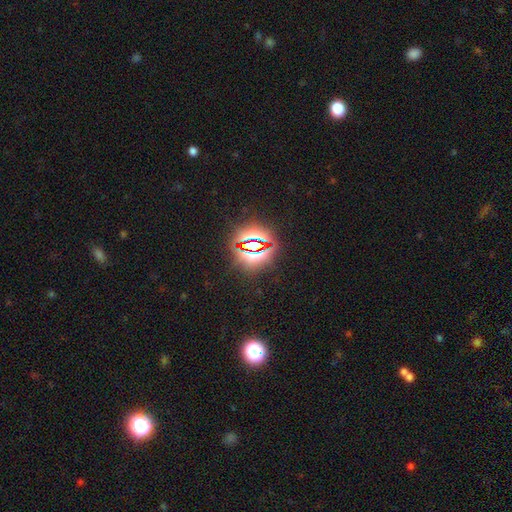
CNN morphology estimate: A star or artifact, not a galaxy (79%).

Vote fractions:
- Smooth or featured? star or artifact: 79% / smooth: 13% / featured or disk: 7%